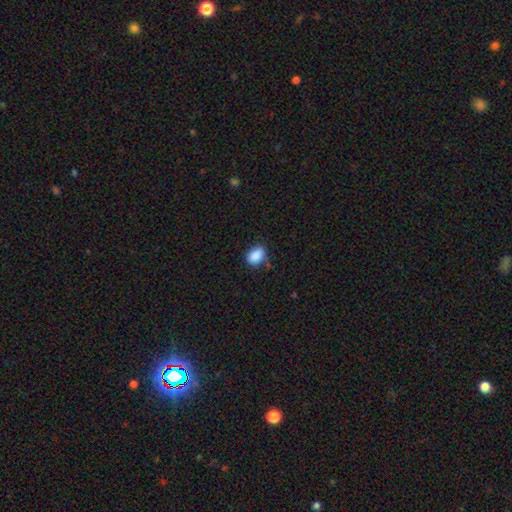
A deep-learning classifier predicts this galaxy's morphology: The model was most divided on "merging": none: 75%, minor disturbance: 19%, major disturbance: 4%, merger: 3%. More confident: smooth or featured — smooth (88%); how rounded — in between (78%).